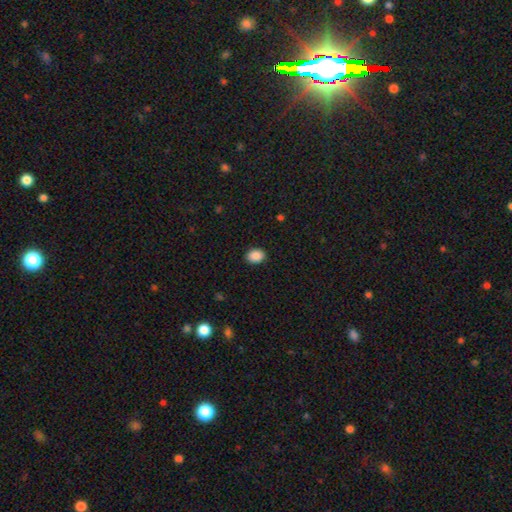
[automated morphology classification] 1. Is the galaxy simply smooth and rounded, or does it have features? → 89% smooth, 8% star or artifact, 3% featured or disk.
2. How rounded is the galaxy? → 66% in between, 33% round, 1% cigar-shaped.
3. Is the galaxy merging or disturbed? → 89% none, 8% minor disturbance, 2% major disturbance, 1% merger.